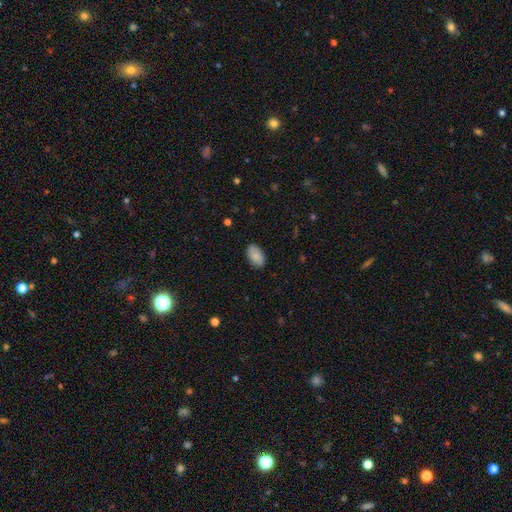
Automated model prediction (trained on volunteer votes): smooth-or-featured: smooth: 88% | star or artifact: 6% | featured or disk: 6%
  how-rounded: in between: 94% | round: 4% | cigar-shaped: 2%
  merging: none: 87% | minor disturbance: 10% | major disturbance: 2% | merger: 1%